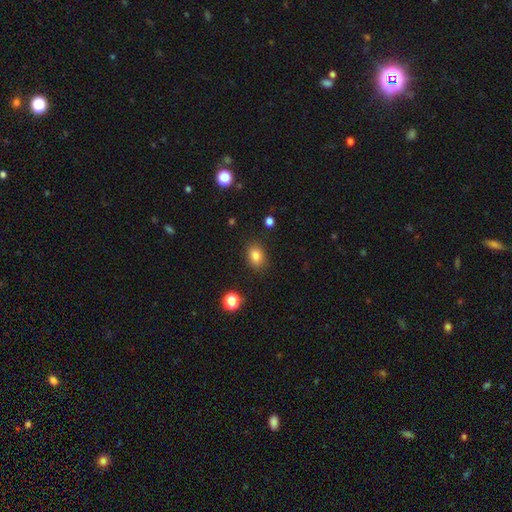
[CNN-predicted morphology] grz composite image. It shows a smooth galaxy with no disk features (82%) that is in between round and cigar-shaped (72%). Merging: none (85%).